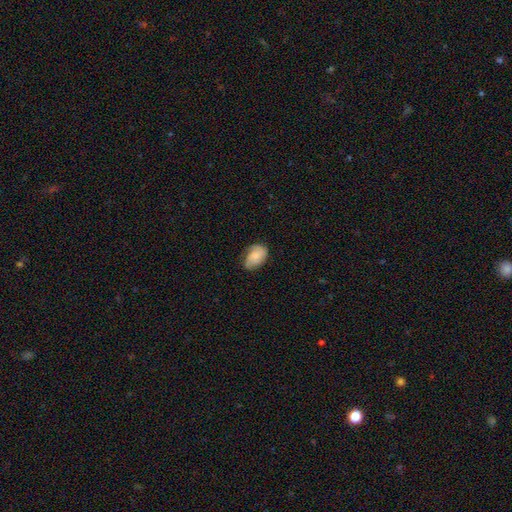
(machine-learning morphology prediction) This appears to be a smooth galaxy with no disk features (51%) that is in between round and cigar-shaped (83%). Merging: none (67%).